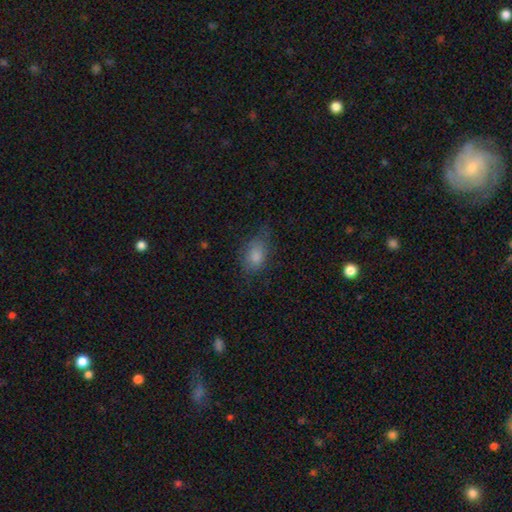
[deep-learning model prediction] This is likely a smooth galaxy (75%). How rounded: clearly in between (81%). Merging: likely none (66%).